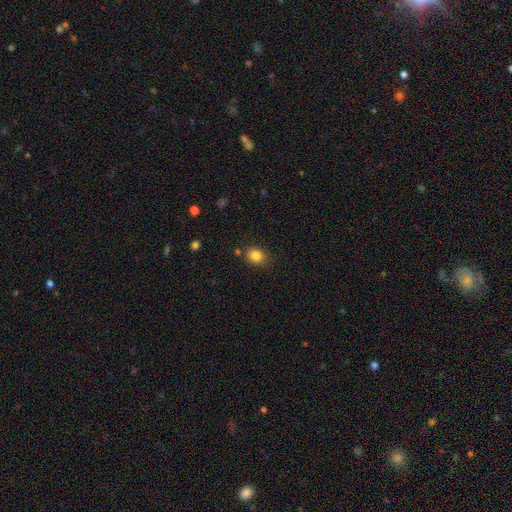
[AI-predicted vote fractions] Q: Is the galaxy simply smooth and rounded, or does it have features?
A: smooth — 84%.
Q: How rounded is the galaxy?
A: in between — 50%.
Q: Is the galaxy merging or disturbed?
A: none — 79%.